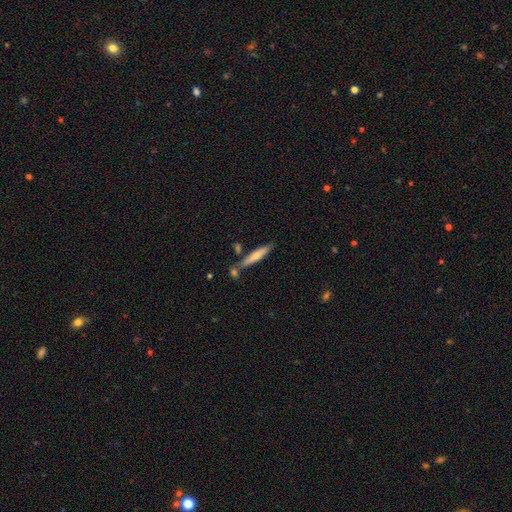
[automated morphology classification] Smooth or featured?
  - smooth: 65% *
  - featured or disk: 29%
  - star or artifact: 6%
How rounded?
  - cigar-shaped: 89% *
  - in between: 10%
  - round: 1%
Merging?
  - none: 72% *
  - minor disturbance: 13%
  - merger: 12%
  - major disturbance: 3%